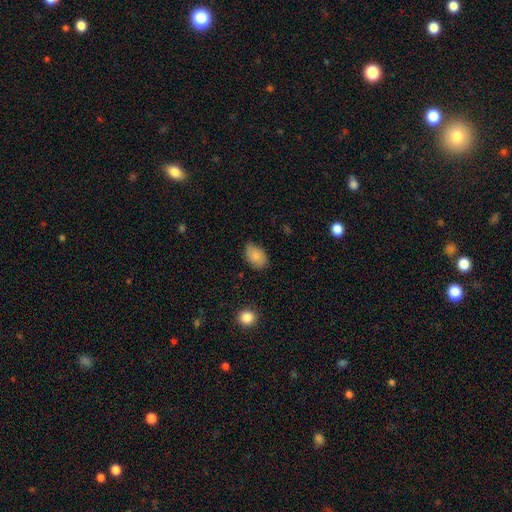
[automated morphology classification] Overall: smooth (85%). How rounded: in between (86%). Merging: none (69%).